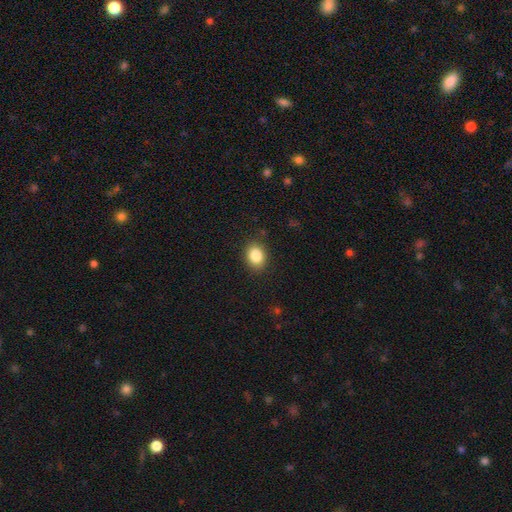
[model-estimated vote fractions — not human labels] A smooth galaxy with no disk features (85%) that is in between round and cigar-shaped (55%). Merging: none (87%).